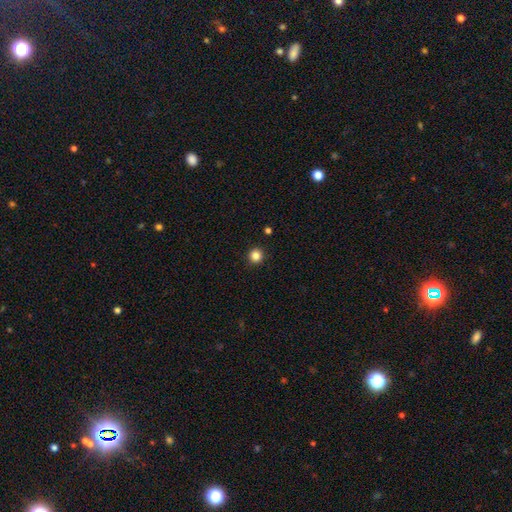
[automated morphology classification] This appears to be a smooth galaxy with no disk features (84%) that is round (95%). Merging: none (93%).